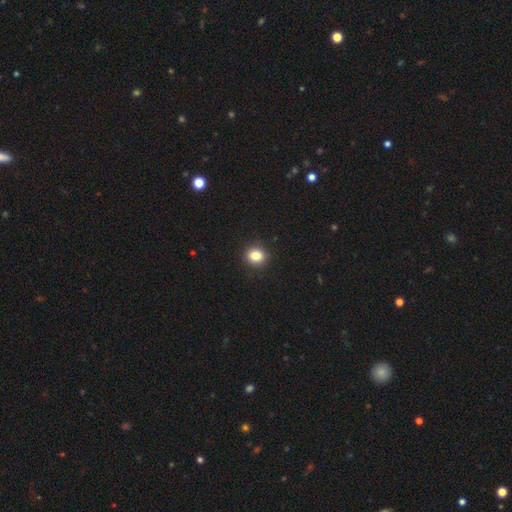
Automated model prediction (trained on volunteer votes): This is clearly a smooth galaxy (84%). How rounded: likely round (74%). Merging: clearly none (91%).